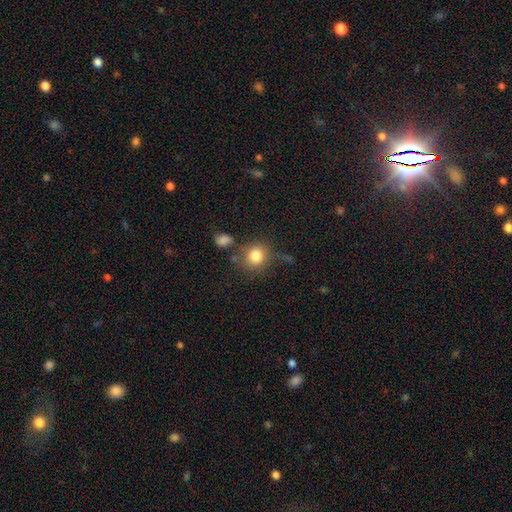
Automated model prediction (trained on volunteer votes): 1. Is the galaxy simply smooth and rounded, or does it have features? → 82% smooth, 10% star or artifact, 8% featured or disk.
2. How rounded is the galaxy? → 83% round, 16% in between, 1% cigar-shaped.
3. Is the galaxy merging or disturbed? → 69% none, 15% minor disturbance, 9% merger, 7% major disturbance.